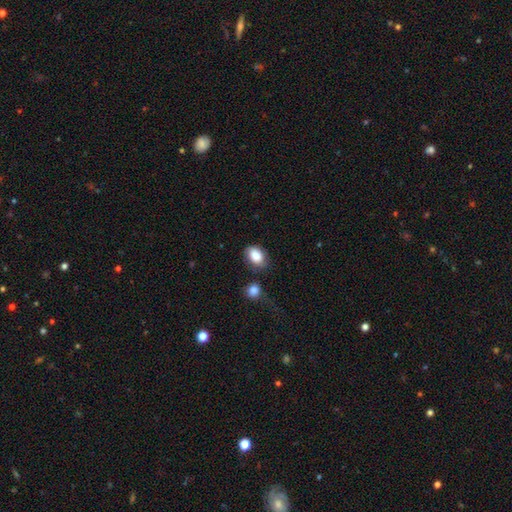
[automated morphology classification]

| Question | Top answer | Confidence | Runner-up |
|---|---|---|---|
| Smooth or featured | smooth | 85% | featured or disk (8%) |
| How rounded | in between | 79% | round (20%) |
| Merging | none | 62% | minor disturbance (22%) |